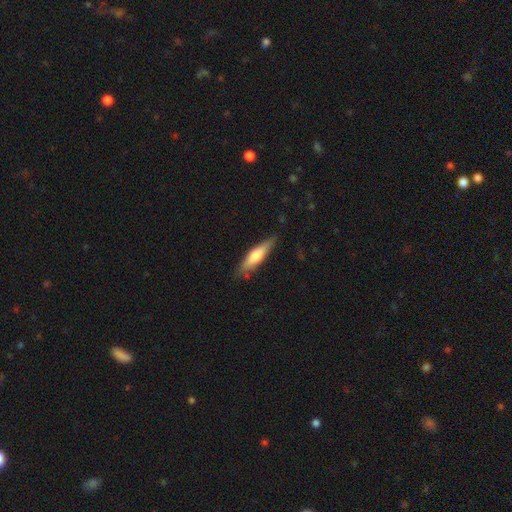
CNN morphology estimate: The model was most divided on "smooth or featured": smooth: 58%, featured or disk: 37%, star or artifact: 5%. More confident: merging — none (81%); how rounded — cigar-shaped (72%).